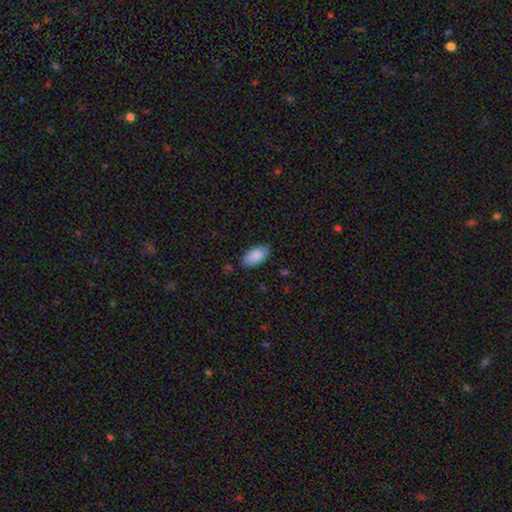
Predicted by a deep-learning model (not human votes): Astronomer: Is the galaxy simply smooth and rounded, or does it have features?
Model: smooth — 88%.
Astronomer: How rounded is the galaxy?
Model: in between — 94%.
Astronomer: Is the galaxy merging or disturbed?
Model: none — 83%.